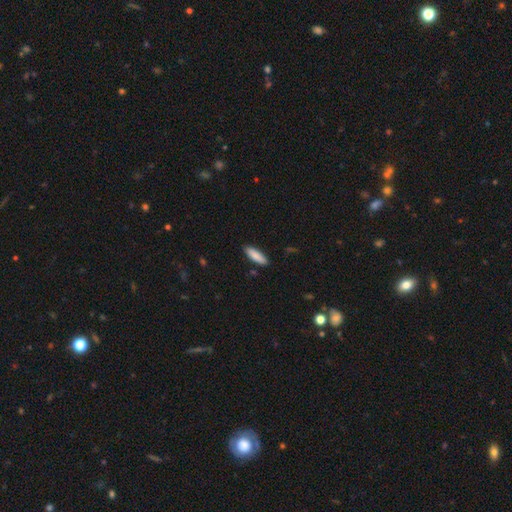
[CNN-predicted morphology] smooth 86%, featured or disk 8%, star or artifact 6%. Down the decision tree: how rounded — cigar-shaped (55%); merging — none (87%).